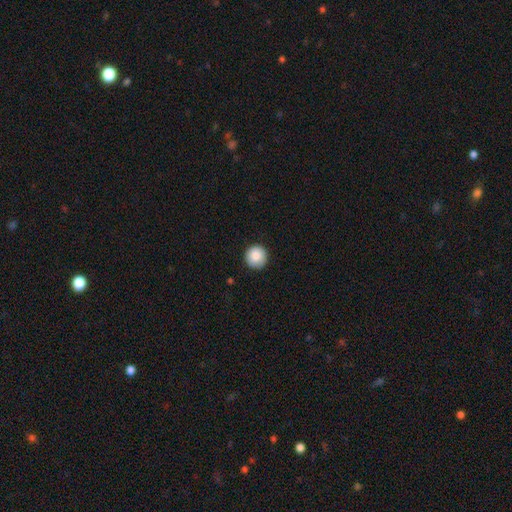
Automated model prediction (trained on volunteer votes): smooth 86%, star or artifact 8%, featured or disk 6%. Down the decision tree: how rounded — round (95%); merging — none (89%).